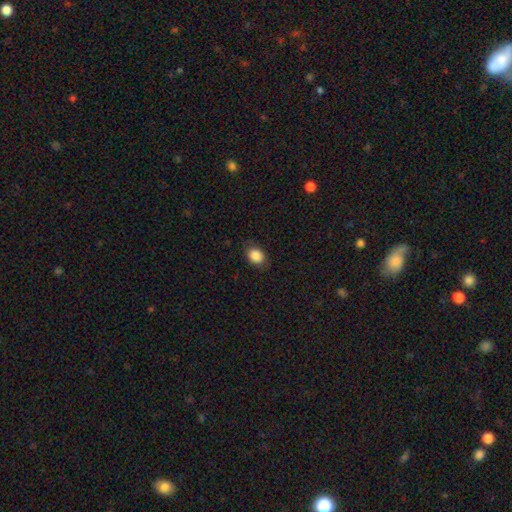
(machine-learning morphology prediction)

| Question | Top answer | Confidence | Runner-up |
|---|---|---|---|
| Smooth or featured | smooth | 87% | star or artifact (8%) |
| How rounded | in between | 68% | round (31%) |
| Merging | none | 82% | minor disturbance (14%) |